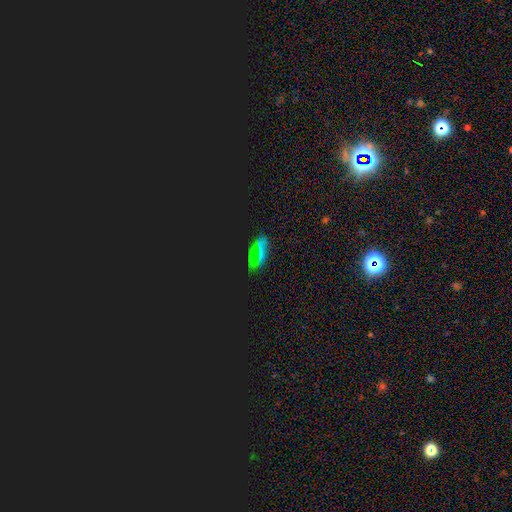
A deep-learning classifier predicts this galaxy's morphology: Smooth or featured: star or artifact — 49% (smooth — 41%)